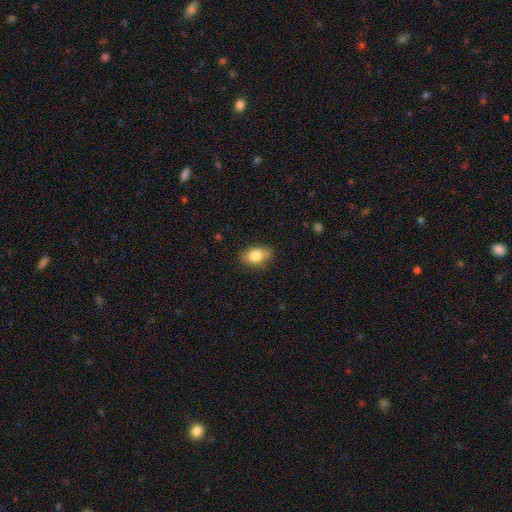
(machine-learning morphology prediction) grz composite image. It shows a smooth galaxy with no disk features (81%) that is in between round and cigar-shaped (87%). Merging: none (84%).